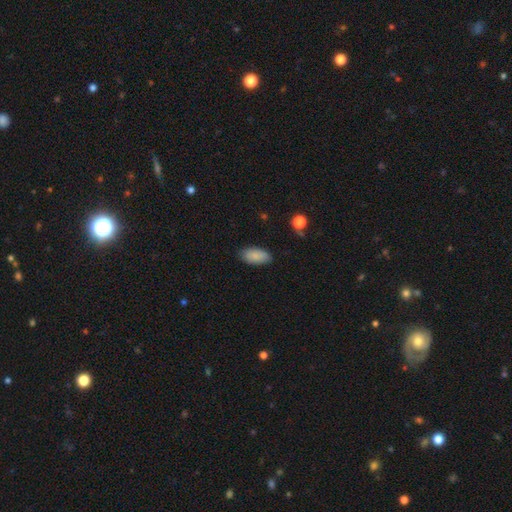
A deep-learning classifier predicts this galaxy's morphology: smooth_or_featured: smooth (p=0.84) [alt: featured or disk p=0.08]
how_rounded: in between (p=0.93) [alt: cigar-shaped p=0.04]
merging: none (p=0.81) [alt: minor disturbance p=0.15]